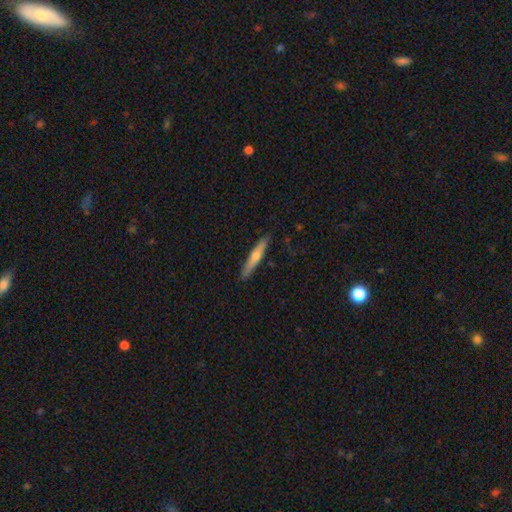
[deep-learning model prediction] Overall: smooth (54%; featured or disk 41%). How rounded: cigar-shaped (91%). Merging: none (88%).